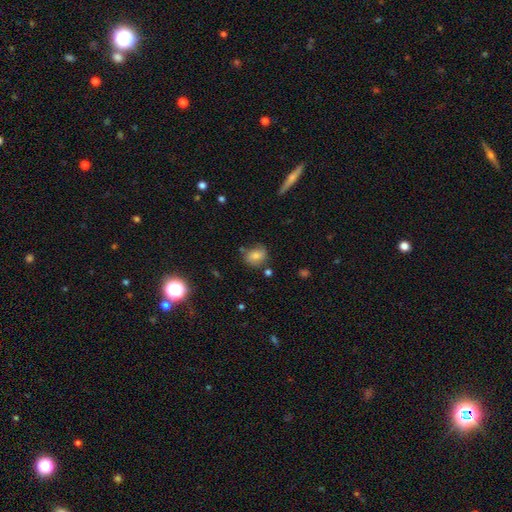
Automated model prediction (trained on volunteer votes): Smooth or featured?
  - smooth: 72% *
  - featured or disk: 17%
  - star or artifact: 11%
How rounded?
  - round: 52% *
  - in between: 46%
  - cigar-shaped: 1%
Merging?
  - none: 66% *
  - minor disturbance: 22%
  - merger: 6%
  - major disturbance: 6%